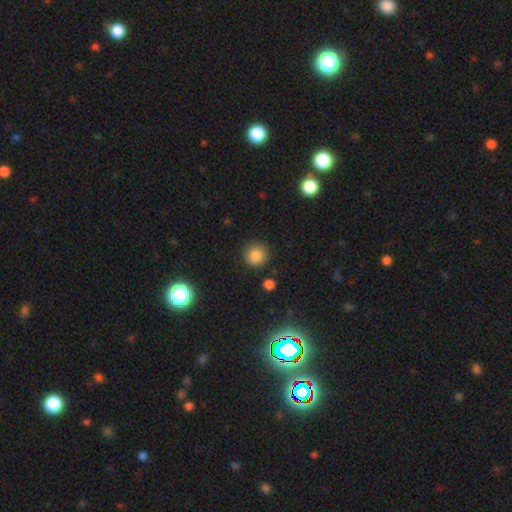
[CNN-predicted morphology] This appears to be a smooth galaxy with no disk features (84%) that is round (92%). Merging: none (88%).